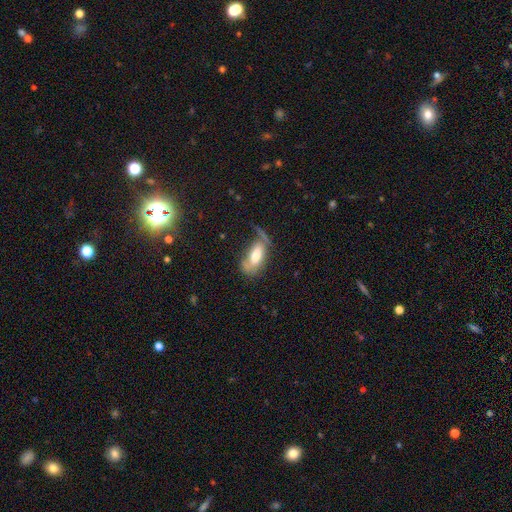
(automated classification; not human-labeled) This appears to be a smooth galaxy with no disk features (62%) that is in between round and cigar-shaped (86%). Merging: none (36%).